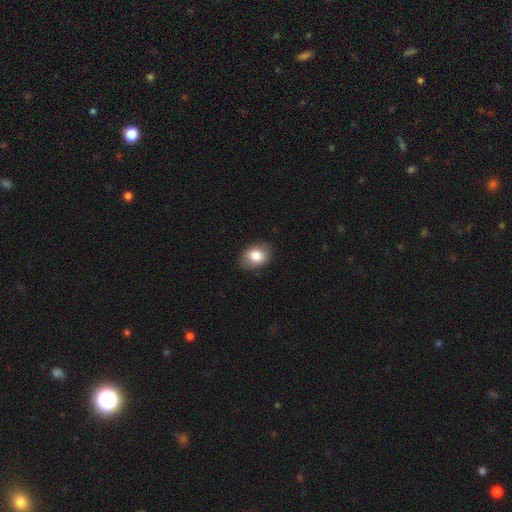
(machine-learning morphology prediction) smooth-or-featured: smooth: 82% | featured or disk: 10% | star or artifact: 8%
  how-rounded: in between: 69% | round: 30% | cigar-shaped: 1%
  merging: none: 84% | minor disturbance: 12% | major disturbance: 3% | merger: 1%